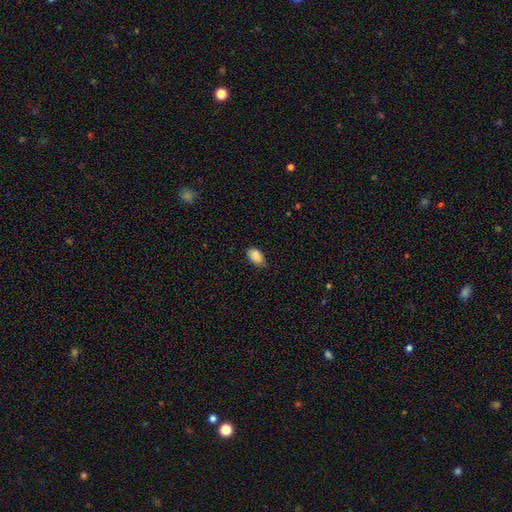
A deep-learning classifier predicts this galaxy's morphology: This is clearly a smooth galaxy (89%). How rounded: clearly in between (92%). Merging: likely none (74%).